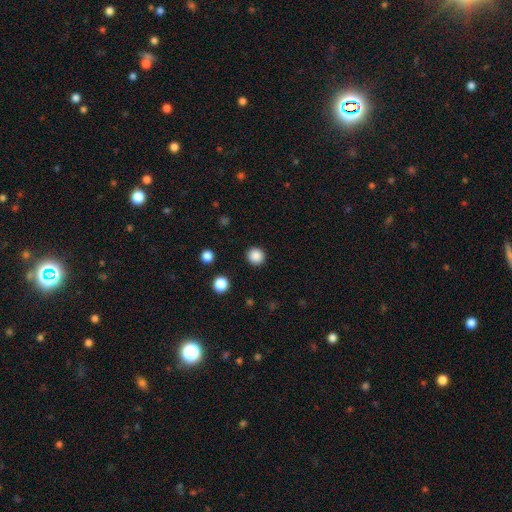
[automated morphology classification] smooth 87%, star or artifact 11%, featured or disk 3%. Down the decision tree: how rounded — round (95%); merging — none (92%).